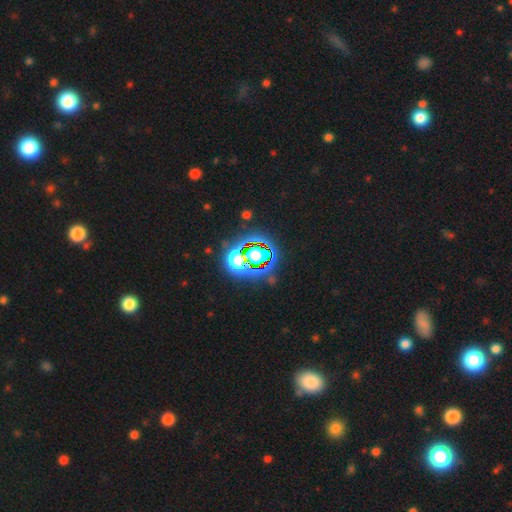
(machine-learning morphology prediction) The model was most divided on "smooth or featured": star or artifact: 67%, smooth: 20%, featured or disk: 13%.